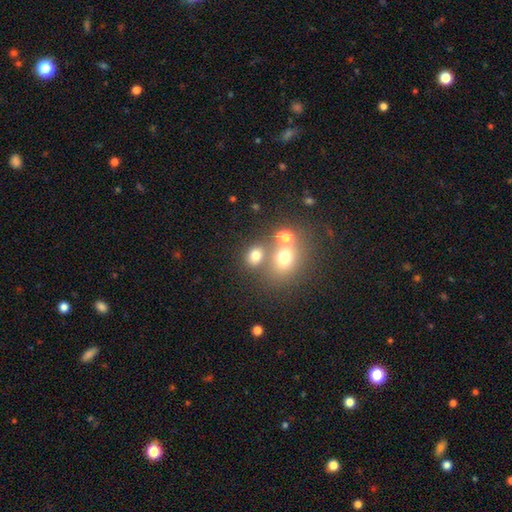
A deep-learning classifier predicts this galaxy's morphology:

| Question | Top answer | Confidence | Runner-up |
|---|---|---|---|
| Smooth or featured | smooth | 71% | star or artifact (17%) |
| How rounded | round | 57% | in between (42%) |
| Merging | none | 53% | merger (32%) |